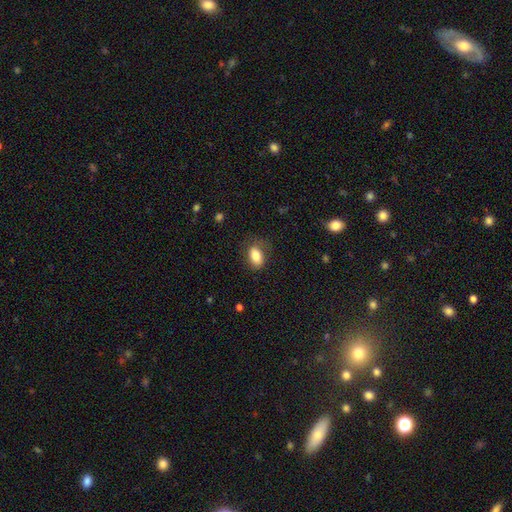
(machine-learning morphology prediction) smooth_or_featured: smooth (p=0.83) [alt: featured or disk p=0.09]
how_rounded: in between (p=0.89) [alt: round p=0.09]
merging: none (p=0.72) [alt: minor disturbance p=0.19]